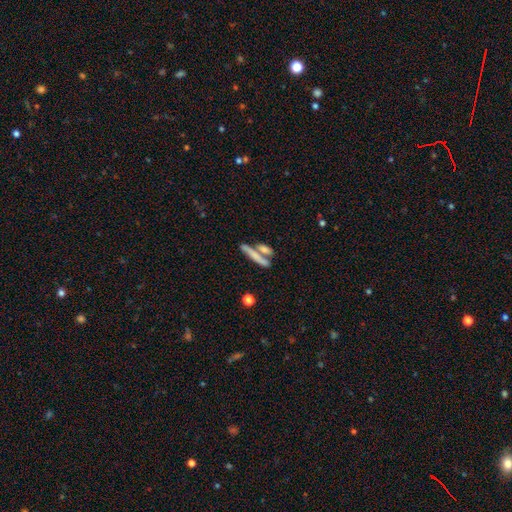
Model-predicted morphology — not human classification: Smooth or featured? Predicted: smooth (p=0.63). How rounded? Predicted: cigar-shaped (p=0.81). Merging? Predicted: none (p=0.50).